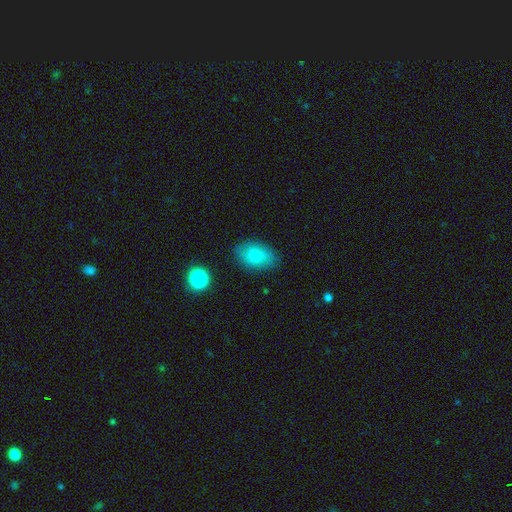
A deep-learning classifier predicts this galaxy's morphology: The model was most divided on "merging": none: 80%, minor disturbance: 14%, major disturbance: 4%, merger: 1%. More confident: how rounded — in between (86%); smooth or featured — smooth (78%).